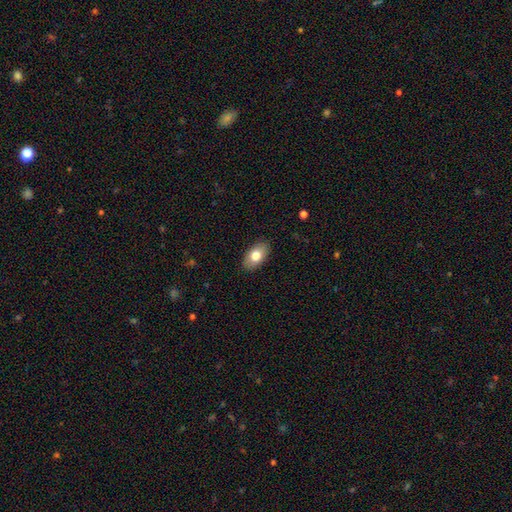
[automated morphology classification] The model was most divided on "smooth or featured": smooth: 77%, featured or disk: 16%, star or artifact: 7%. More confident: how rounded — in between (93%); merging — none (88%).